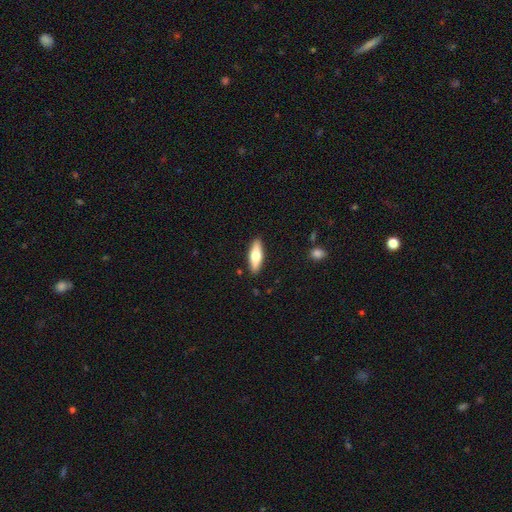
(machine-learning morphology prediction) The model was most divided on "how rounded": in between: 53%, cigar-shaped: 45%, round: 2%. More confident: merging — none (89%); smooth or featured — smooth (65%).